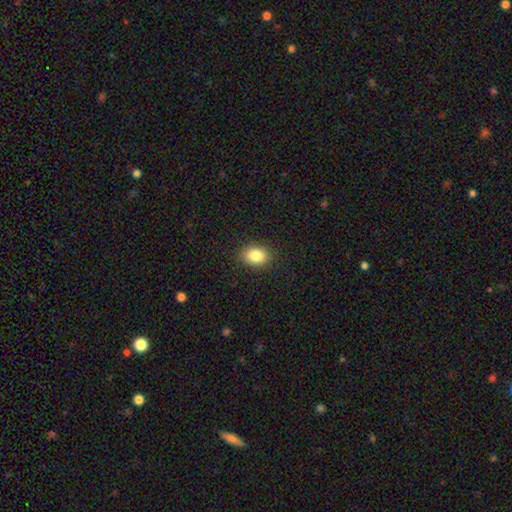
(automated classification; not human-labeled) A smooth galaxy with no disk features (86%) that is in between round and cigar-shaped (77%).

Vote fractions:
- Smooth or featured? smooth: 86% / star or artifact: 8% / featured or disk: 6%
- How rounded? in between: 77% / round: 22% / cigar-shaped: 1%
- Merging? none: 88% / minor disturbance: 9% / major disturbance: 2% / merger: 1%